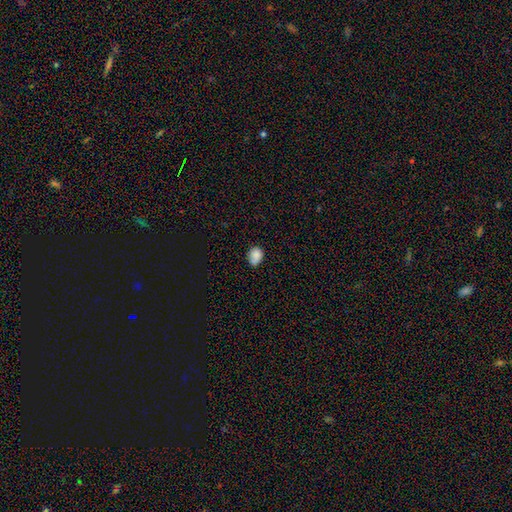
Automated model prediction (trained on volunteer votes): This is clearly a smooth galaxy (83%). How rounded: possibly round (54%). Merging: possibly none (59%).